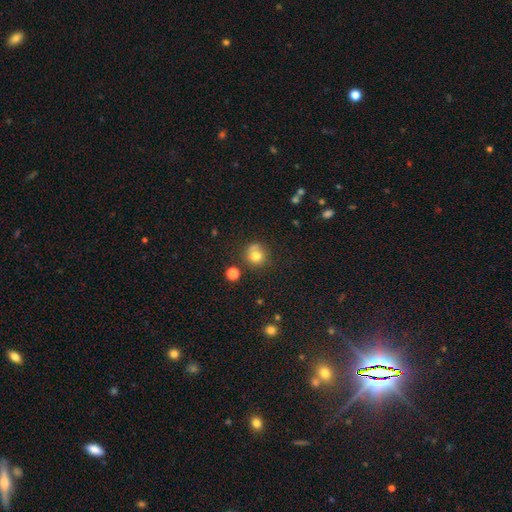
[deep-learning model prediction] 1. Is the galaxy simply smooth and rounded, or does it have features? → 76% smooth, 13% star or artifact, 10% featured or disk.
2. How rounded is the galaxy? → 87% round, 12% in between, 1% cigar-shaped.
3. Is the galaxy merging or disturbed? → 59% none, 20% merger, 15% minor disturbance, 6% major disturbance.